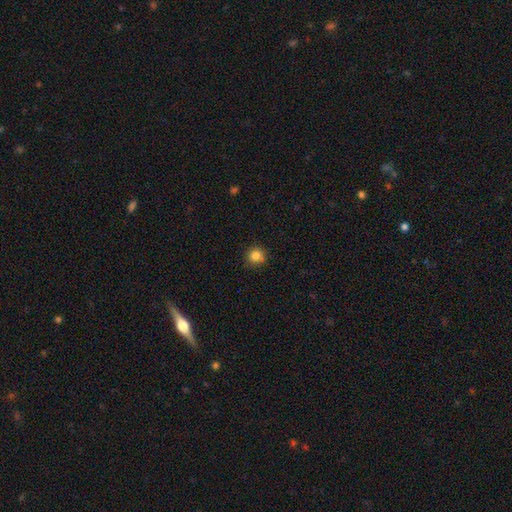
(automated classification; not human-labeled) Overall: smooth (82%). How rounded: round (93%). Merging: none (85%).